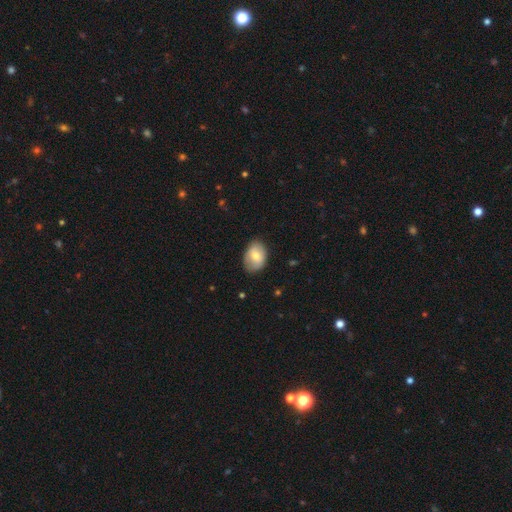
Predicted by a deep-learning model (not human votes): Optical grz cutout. It shows a smooth galaxy with no disk features (71%) that is in between round and cigar-shaped (79%). Merging: none (77%).